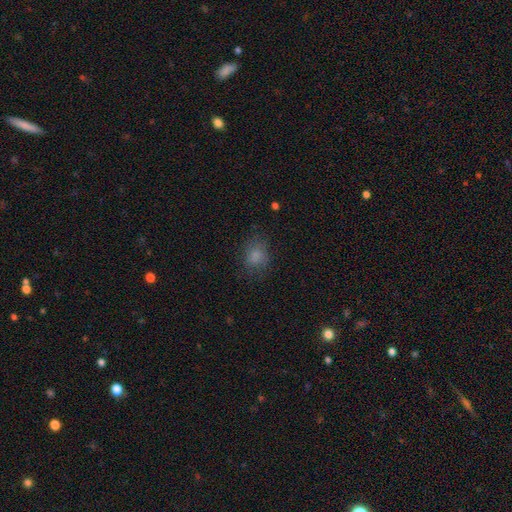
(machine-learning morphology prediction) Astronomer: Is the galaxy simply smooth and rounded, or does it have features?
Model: smooth — 80%.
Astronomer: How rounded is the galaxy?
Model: round — 51% (runner-up: in between, 48%).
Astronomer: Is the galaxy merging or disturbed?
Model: none — 71%.